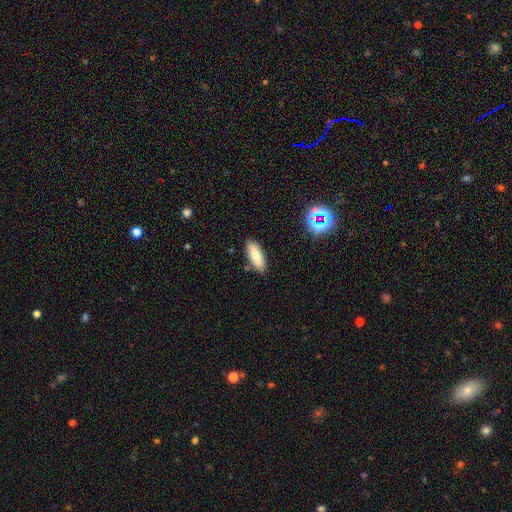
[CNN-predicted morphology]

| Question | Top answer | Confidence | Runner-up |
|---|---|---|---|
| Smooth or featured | smooth | 74% | featured or disk (18%) |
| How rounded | in between | 71% | cigar-shaped (27%) |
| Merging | none | 85% | minor disturbance (10%) |